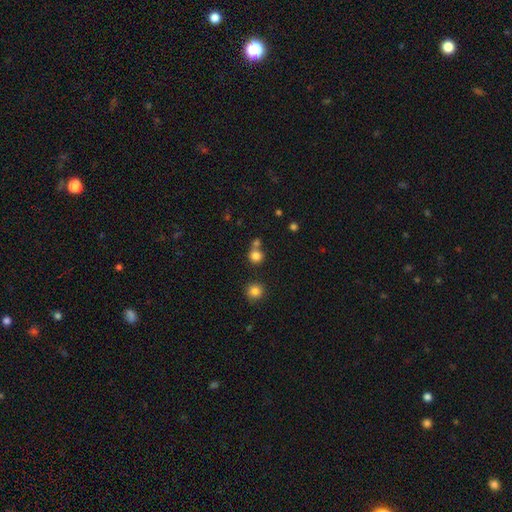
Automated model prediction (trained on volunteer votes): This is likely a smooth galaxy (79%). How rounded: clearly round (89%). Merging: possibly none (58%).